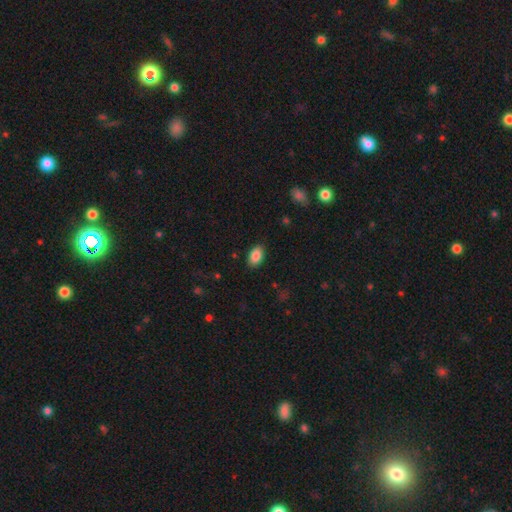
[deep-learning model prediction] Smooth or featured?
  - smooth: 87% *
  - star or artifact: 7%
  - featured or disk: 5%
How rounded?
  - in between: 92% *
  - round: 6%
  - cigar-shaped: 2%
Merging?
  - none: 87% *
  - minor disturbance: 10%
  - major disturbance: 2%
  - merger: 1%